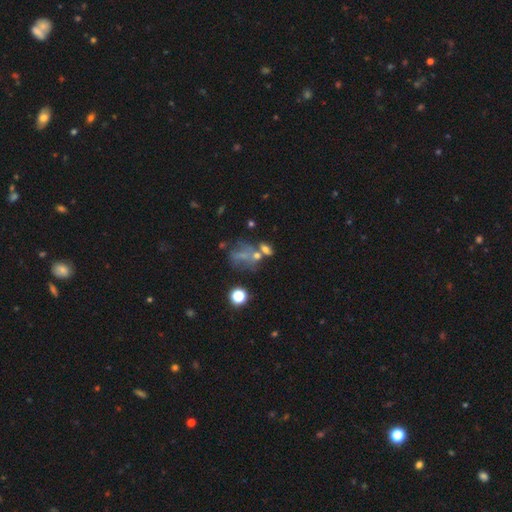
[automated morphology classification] Q: Smooth or featured?
A: smooth (46%); runner-up: featured or disk (32%)
Q: Merging?
A: none (33%); runner-up: merger (30%)